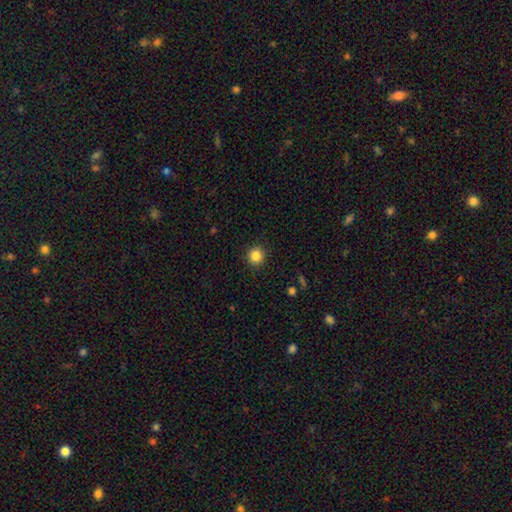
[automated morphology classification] type=smooth (85%); roundness=round (92%); merging=none (91%).